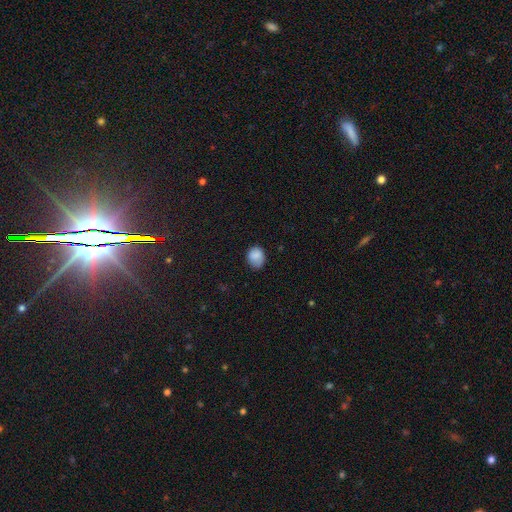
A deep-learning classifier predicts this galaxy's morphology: This appears to be a smooth galaxy with no disk features (84%) that is round (56%). Merging: none (63%).